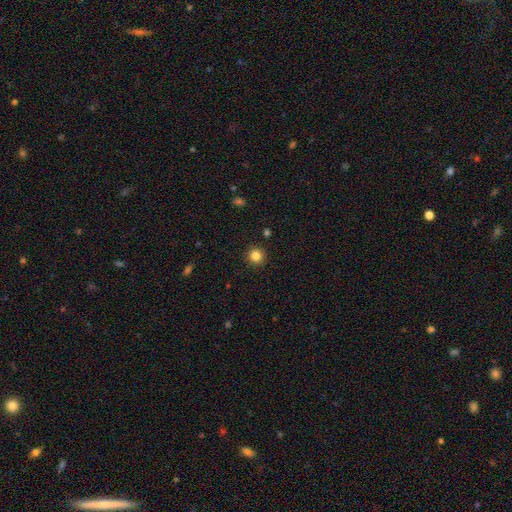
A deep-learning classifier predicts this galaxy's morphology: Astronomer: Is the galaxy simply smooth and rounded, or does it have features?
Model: smooth — 83%.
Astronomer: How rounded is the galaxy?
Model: round — 94%.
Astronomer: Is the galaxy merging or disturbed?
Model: none — 92%.